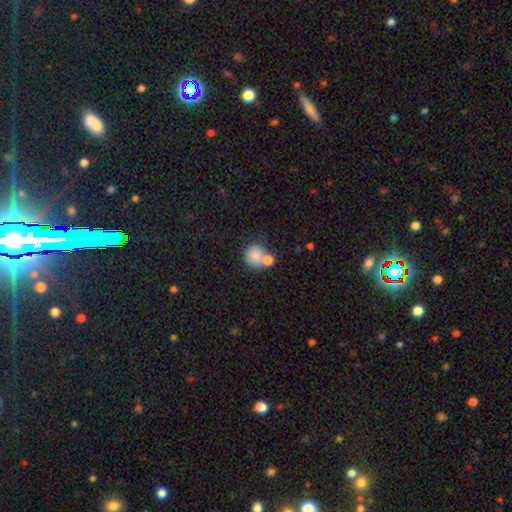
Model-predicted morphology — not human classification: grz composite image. It shows a smooth galaxy with no disk features (80%) that is round (83%). Merging: none (45%).